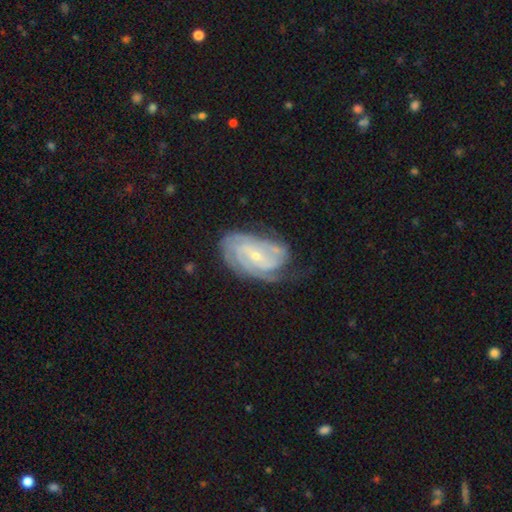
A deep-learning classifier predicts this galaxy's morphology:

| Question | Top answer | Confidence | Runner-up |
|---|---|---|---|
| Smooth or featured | featured or disk | 87% | smooth (7%) |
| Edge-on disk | no | 97% | yes (3%) |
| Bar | weak | 42% | no (40%) |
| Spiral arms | yes | 97% | no (3%) |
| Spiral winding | tight | 69% | medium (26%) |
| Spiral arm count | can't tell | 26% | 3 (25%) |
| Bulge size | small | 71% | moderate (26%) |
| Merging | none | 65% | minor disturbance (23%) |